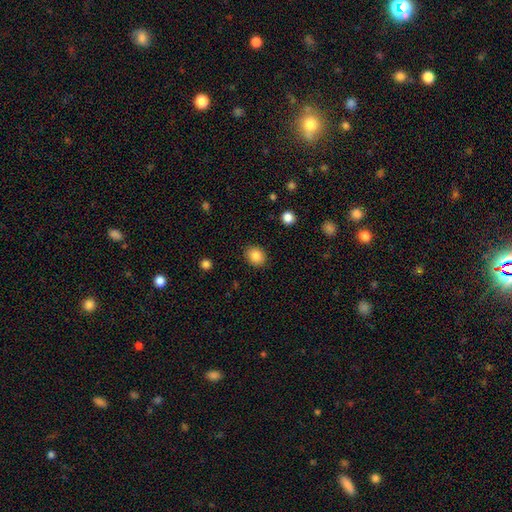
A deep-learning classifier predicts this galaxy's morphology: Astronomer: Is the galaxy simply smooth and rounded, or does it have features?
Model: smooth — 86%.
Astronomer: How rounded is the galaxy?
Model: round — 57% (runner-up: in between, 43%).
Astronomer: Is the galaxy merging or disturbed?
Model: none — 88%.